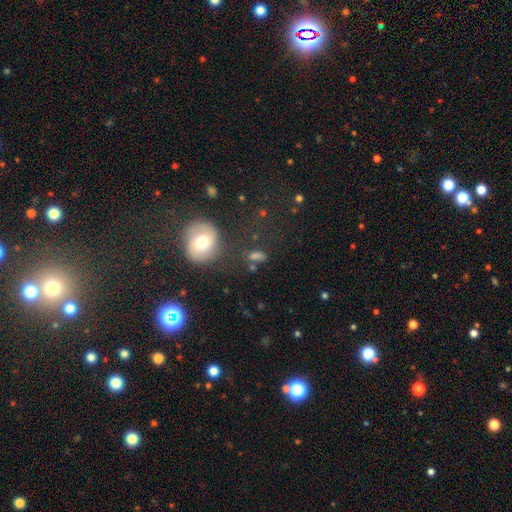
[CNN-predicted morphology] smooth-or-featured: smooth: 64% | featured or disk: 18% | star or artifact: 18%
  how-rounded: in between: 60% | round: 31% | cigar-shaped: 9%
  merging: none: 64% | minor disturbance: 16% | merger: 10% | major disturbance: 10%